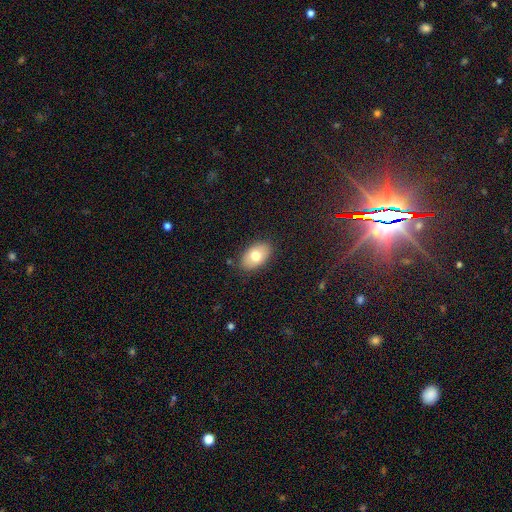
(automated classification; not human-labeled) A smooth galaxy with no disk features (74%) that is in between round and cigar-shaped (91%).

Vote fractions:
- Smooth or featured? smooth: 74% / featured or disk: 19% / star or artifact: 7%
- How rounded? in between: 91% / round: 8% / cigar-shaped: 1%
- Merging? none: 85% / minor disturbance: 11% / major disturbance: 3% / merger: 1%